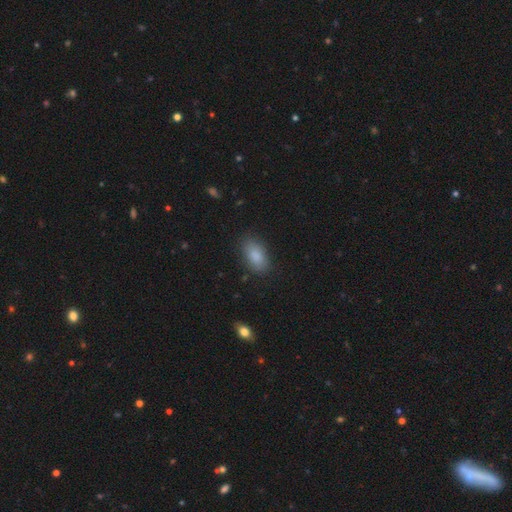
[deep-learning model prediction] Smooth or featured? Predicted: smooth (p=0.87). How rounded? Predicted: in between (p=0.92). Merging? Predicted: none (p=0.83).